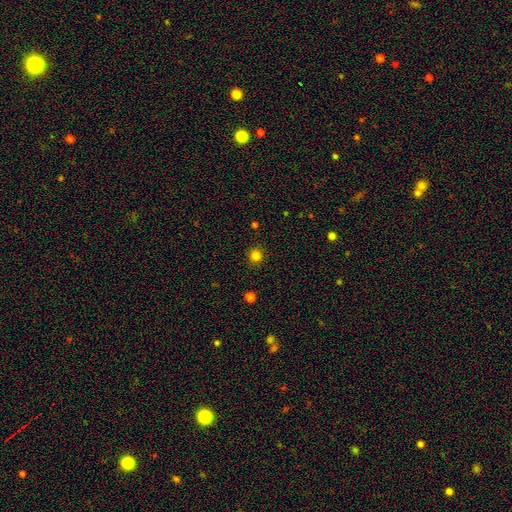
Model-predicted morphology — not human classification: A smooth galaxy with no disk features (82%) that is round (93%).

Vote fractions:
- Smooth or featured? smooth: 82% / star or artifact: 14% / featured or disk: 4%
- How rounded? round: 93% / in between: 6% / cigar-shaped: 1%
- Merging? none: 91% / minor disturbance: 6% / major disturbance: 2% / merger: 1%